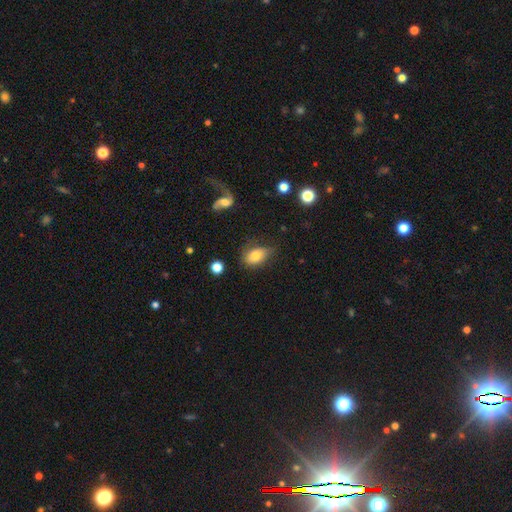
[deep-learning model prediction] smooth-or-featured: smooth: 75% | featured or disk: 15% | star or artifact: 9%
  how-rounded: in between: 83% | round: 16% | cigar-shaped: 2%
  merging: none: 51% | minor disturbance: 34% | major disturbance: 12% | merger: 3%